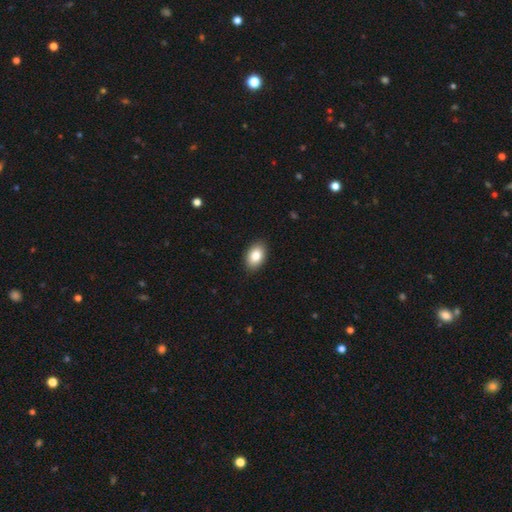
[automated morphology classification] smooth-or-featured: smooth: 86% | featured or disk: 7% | star or artifact: 7%
  how-rounded: in between: 88% | round: 10% | cigar-shaped: 1%
  merging: none: 89% | minor disturbance: 8% | major disturbance: 2% | merger: 1%